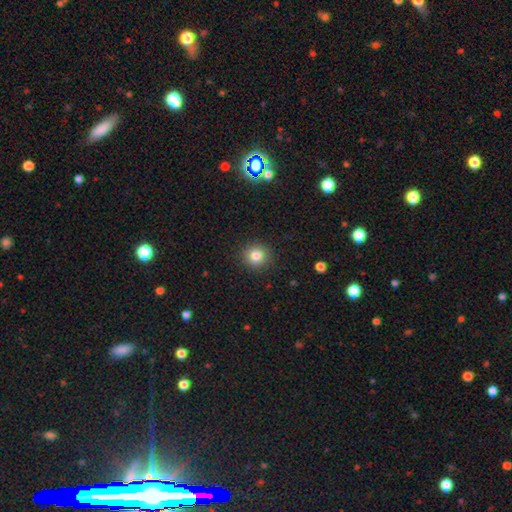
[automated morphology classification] Smooth or featured? smooth (83%)
How rounded? round (90%)
Merging? none (90%)